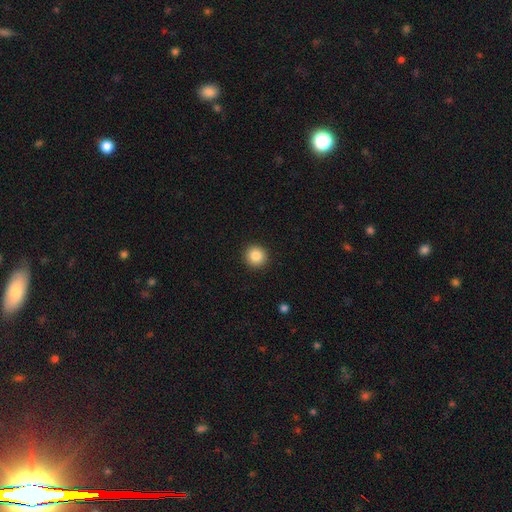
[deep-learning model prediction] A smooth galaxy with no disk features (87%) that is round (94%). Merging: none (92%).